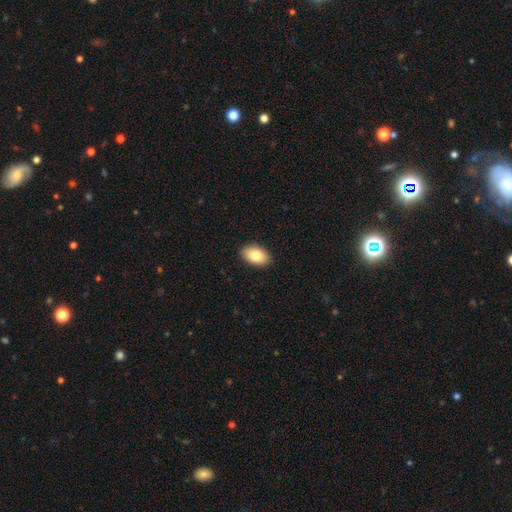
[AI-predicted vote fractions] This is clearly a smooth galaxy (82%). How rounded: clearly in between (92%). Merging: clearly none (90%).